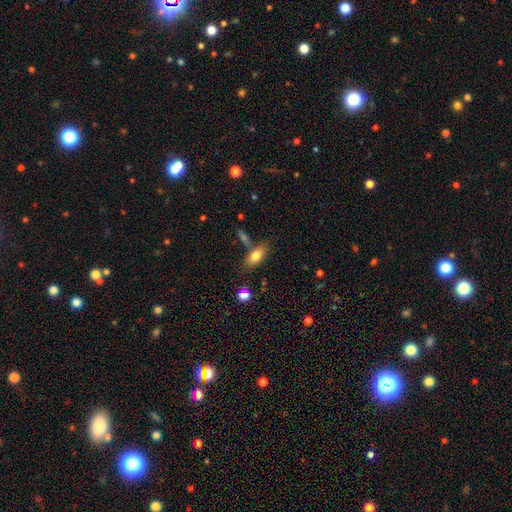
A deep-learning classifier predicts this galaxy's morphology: Smooth or featured? Predicted: smooth (p=0.74). How rounded? Predicted: in between (p=0.80). Merging? Predicted: none (p=0.66).